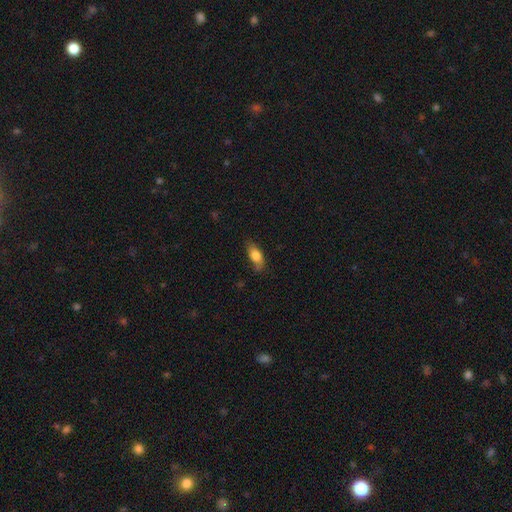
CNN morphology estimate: Overall: smooth (78%). How rounded: in between (82%). Merging: none (64%; minor disturbance 27%).